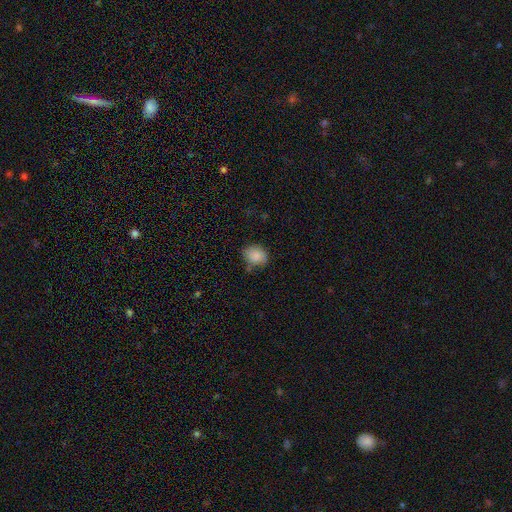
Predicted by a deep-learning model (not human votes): Q: Smooth or featured?
A: smooth (86%); runner-up: star or artifact (8%)
Q: How rounded?
A: round (51%); runner-up: in between (48%)
Q: Merging?
A: none (68%); runner-up: minor disturbance (22%)